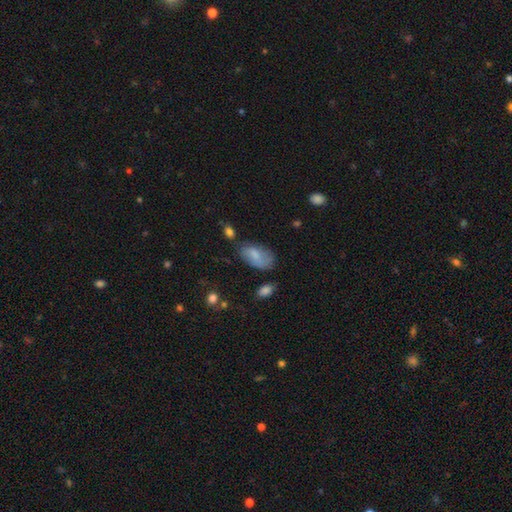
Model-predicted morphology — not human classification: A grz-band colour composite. It shows a smooth galaxy with no disk features (72%) that is in between round and cigar-shaped (93%). Merging: none (55%).